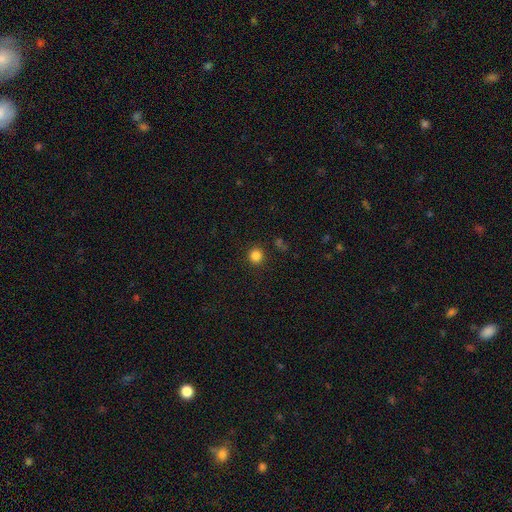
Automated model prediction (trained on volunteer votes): smooth_or_featured: smooth (p=0.83) [alt: star or artifact p=0.13]
how_rounded: round (p=0.94) [alt: in between p=0.05]
merging: none (p=0.90) [alt: minor disturbance p=0.06]